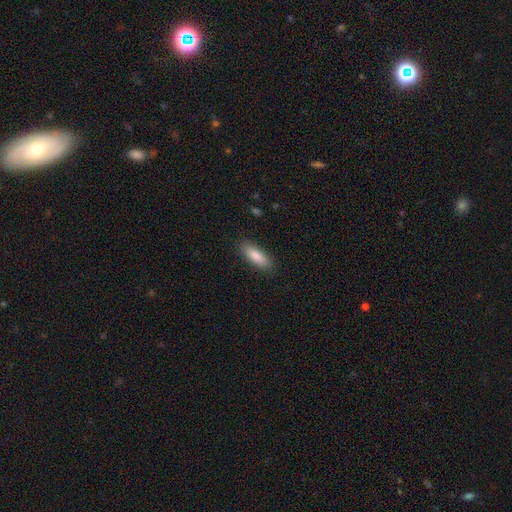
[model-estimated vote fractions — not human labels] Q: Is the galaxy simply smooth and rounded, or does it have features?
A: smooth — 83%.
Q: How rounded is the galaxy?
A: in between — 56%.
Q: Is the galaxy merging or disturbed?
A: none — 88%.